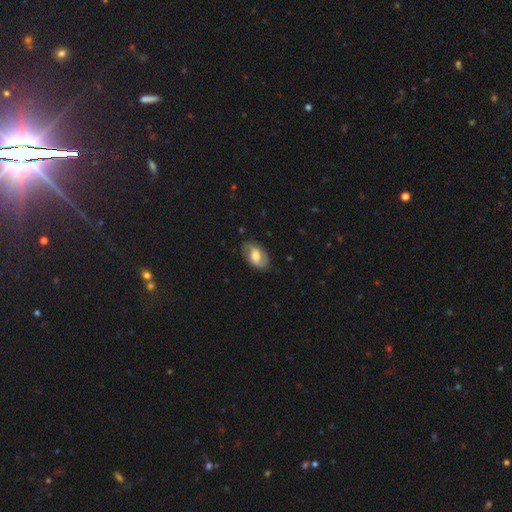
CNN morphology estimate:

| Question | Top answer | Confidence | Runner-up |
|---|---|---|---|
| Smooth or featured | featured or disk | 61% | smooth (33%) |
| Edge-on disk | no | 95% | yes (5%) |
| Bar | weak | 43% | no (38%) |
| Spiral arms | yes | 80% | no (20%) |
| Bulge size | moderate | 62% | large (21%) |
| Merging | none | 78% | minor disturbance (16%) |